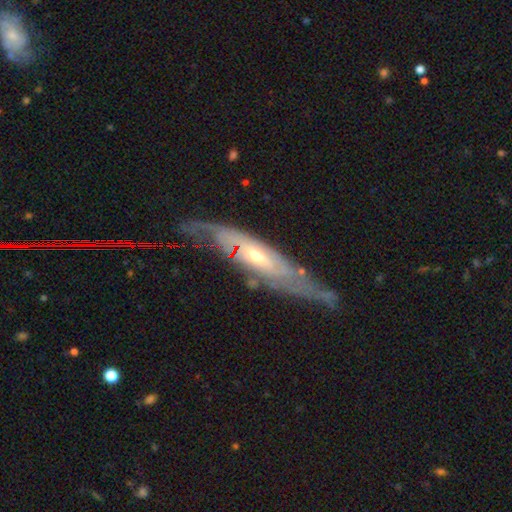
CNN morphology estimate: smooth_or_featured: featured or disk (p=0.81) [alt: smooth p=0.14]
disk_edge_on: no (p=0.59) [alt: yes p=0.41]
merging: none (p=0.60) [alt: minor disturbance p=0.22]